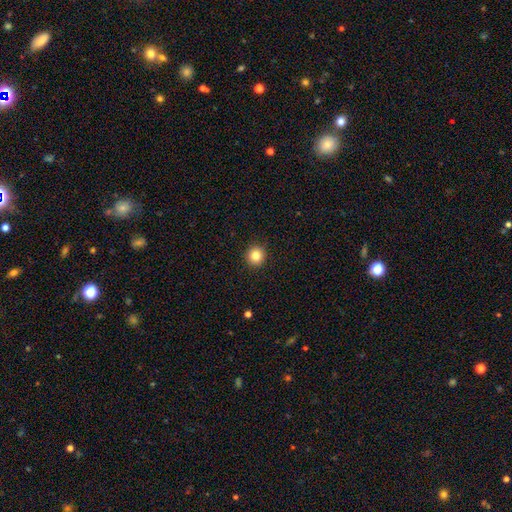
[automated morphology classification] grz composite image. It shows a smooth galaxy with no disk features (84%) that is round (94%). Merging: none (92%).